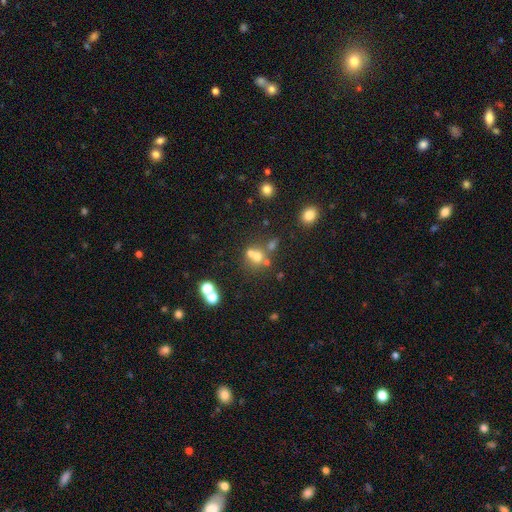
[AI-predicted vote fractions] Overall: smooth (58%; star or artifact 22%). How rounded: round (82%). Merging: none (43%, tied with merger).